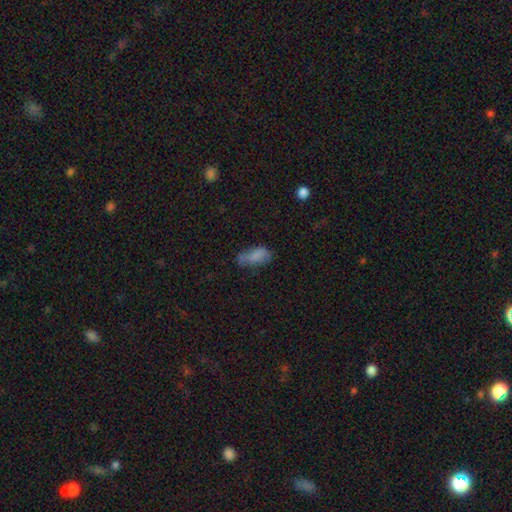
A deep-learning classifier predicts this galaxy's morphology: smooth_or_featured: smooth (p=0.76) [alt: featured or disk p=0.14]
how_rounded: in between (p=0.87) [alt: cigar-shaped p=0.09]
merging: none (p=0.46) [alt: minor disturbance p=0.33]